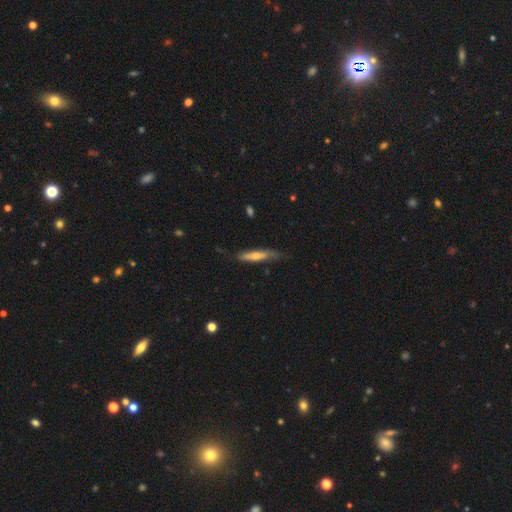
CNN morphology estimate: The model was most divided on "smooth or featured": featured or disk: 52%, smooth: 41%, star or artifact: 7%. More confident: edge-on disk — yes (83%); merging — none (68%).